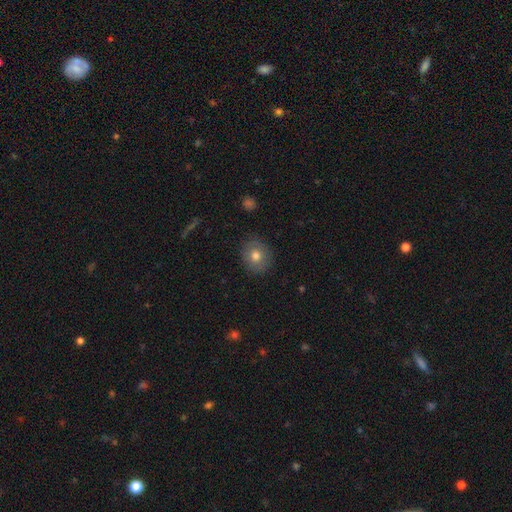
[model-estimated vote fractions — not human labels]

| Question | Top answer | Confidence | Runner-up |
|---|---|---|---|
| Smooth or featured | smooth | 75% | featured or disk (16%) |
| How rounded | round | 78% | in between (22%) |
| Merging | none | 87% | minor disturbance (9%) |